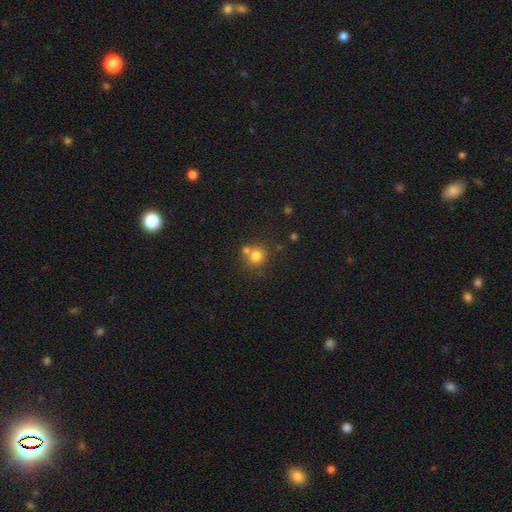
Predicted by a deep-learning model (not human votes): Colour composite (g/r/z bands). It shows a smooth galaxy with no disk features (78%) that is round (88%). Merging: none (60%).